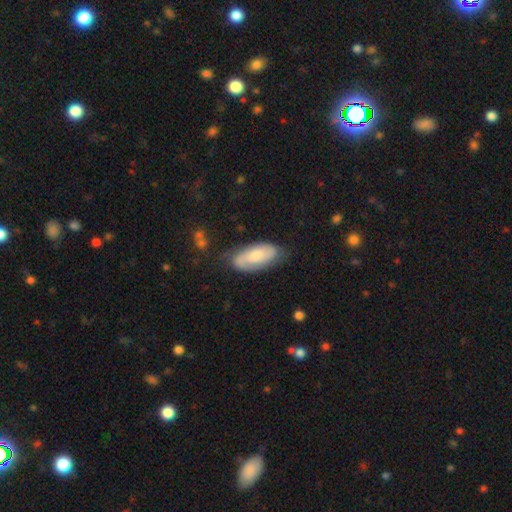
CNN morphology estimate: Smooth or featured? Predicted: featured or disk (p=0.47). Merging? Predicted: none (p=0.70).